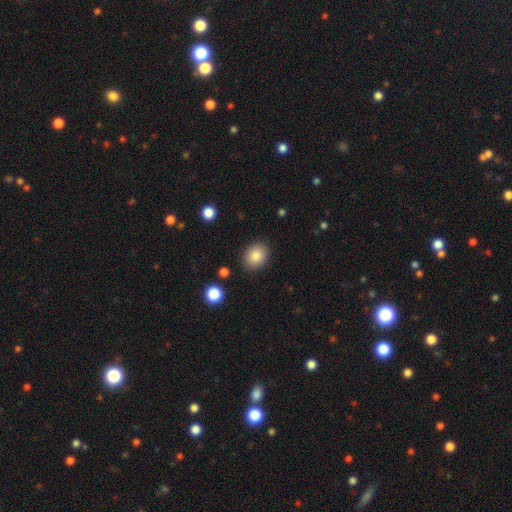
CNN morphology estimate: Smooth or featured: smooth — 85% (star or artifact — 9%)
How rounded: in between — 50% (round — 49%)
Merging: none — 88% (minor disturbance — 8%)